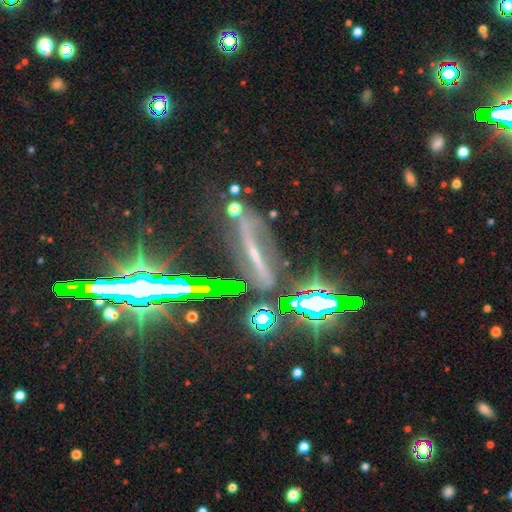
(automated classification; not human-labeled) This appears to be a featured or disk galaxy (52%) viewed edge-on (68%). Merging: none (67%).